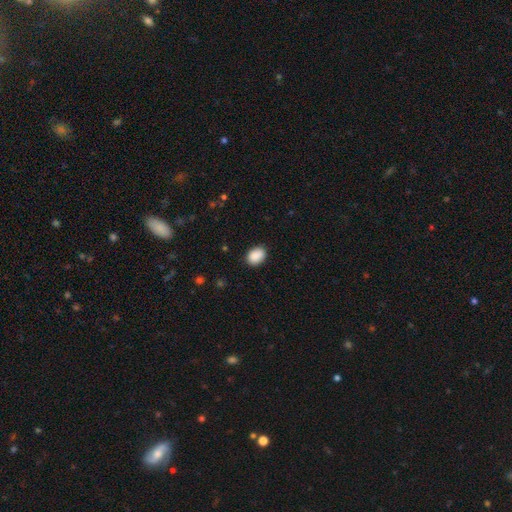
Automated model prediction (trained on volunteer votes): smooth 90%, star or artifact 7%, featured or disk 3%. Down the decision tree: how rounded — in between (73%); merging — none (87%).